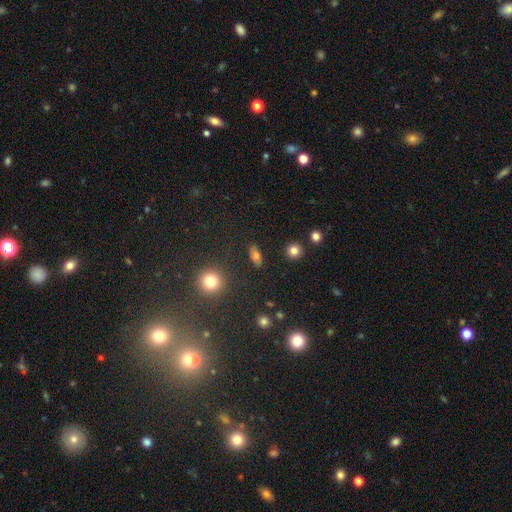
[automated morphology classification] A smooth galaxy with no disk features (73%) that is in between round and cigar-shaped (72%).

Vote fractions:
- Smooth or featured? smooth: 73% / star or artifact: 14% / featured or disk: 12%
- How rounded? in between: 72% / round: 18% / cigar-shaped: 10%
- Merging? none: 85% / minor disturbance: 9% / major disturbance: 3% / merger: 2%